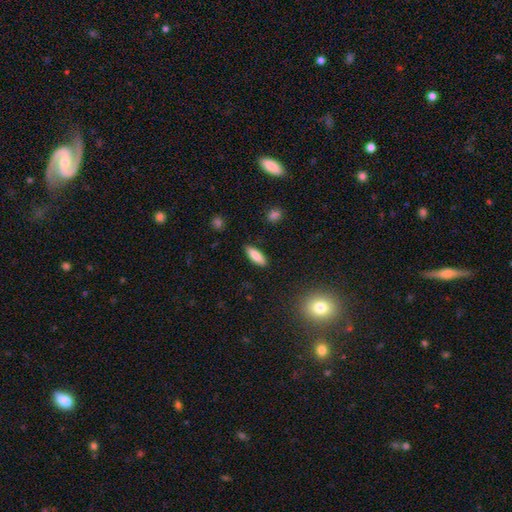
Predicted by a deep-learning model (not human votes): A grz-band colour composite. It shows a smooth galaxy with no disk features (81%) that is in between round and cigar-shaped (51%). Merging: none (88%).